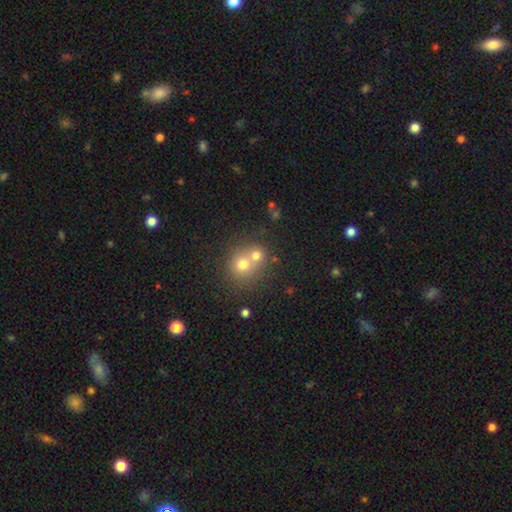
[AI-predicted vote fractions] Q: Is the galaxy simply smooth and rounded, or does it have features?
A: smooth — 70%.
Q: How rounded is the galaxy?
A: round — 82%.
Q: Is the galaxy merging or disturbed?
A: merger — 56%.